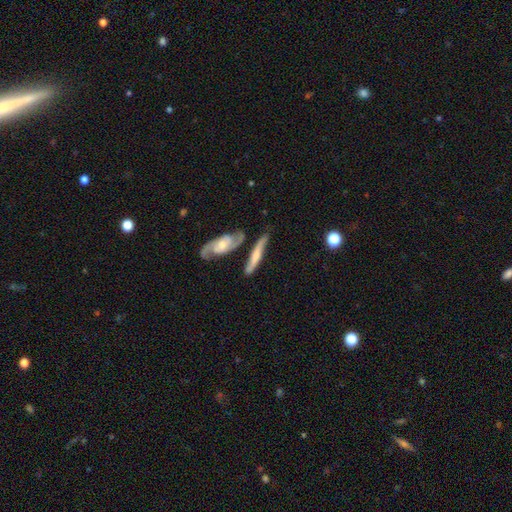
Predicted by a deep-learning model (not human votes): Overall: featured or disk (58%; smooth 36%). Edge-on disk: yes (55%; no 45%). Merging: none (55%; minor disturbance 19%).